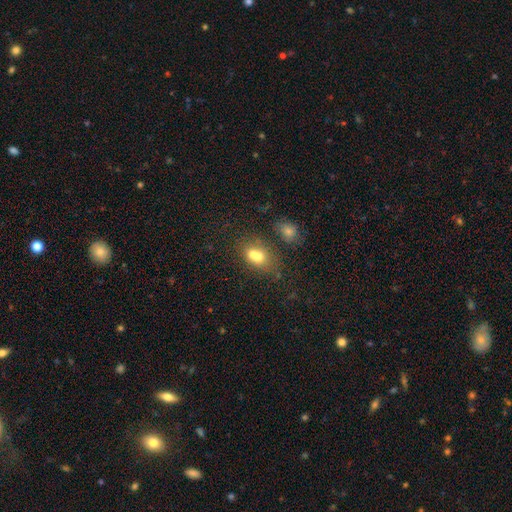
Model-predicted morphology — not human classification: Smooth or featured? Predicted: smooth (p=0.70). How rounded? Predicted: in between (p=0.67). Merging? Predicted: merger (p=0.52).